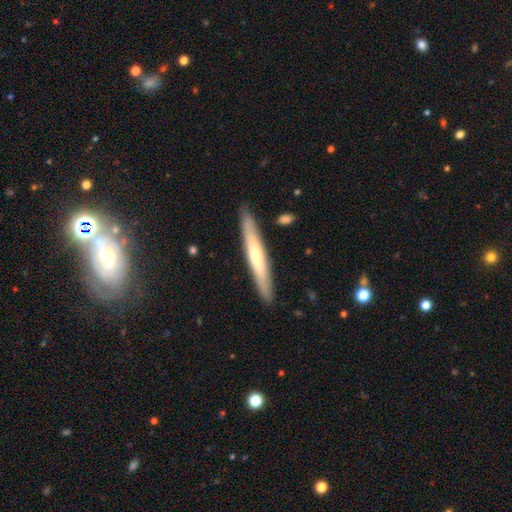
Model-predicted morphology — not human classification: type=smooth (49%); merging=none (89%).